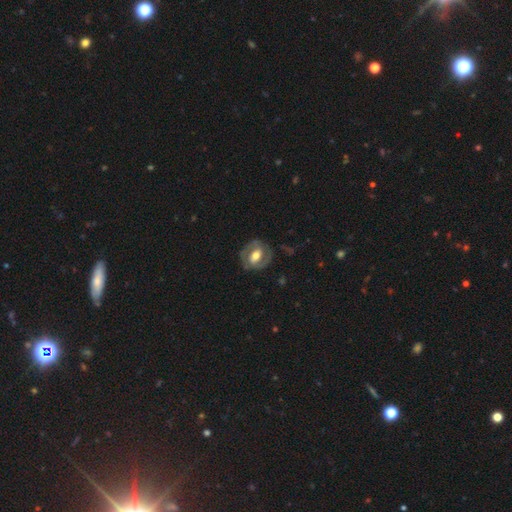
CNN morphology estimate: Smooth or featured: featured or disk — 63% (smooth — 32%)
Edge-on disk: no — 95% (yes — 5%)
Bar: weak — 37% (no — 35%)
Spiral arms: yes — 56% (no — 44%)
Bulge size: moderate — 60% (large — 27%)
Merging: none — 75% (minor disturbance — 16%)